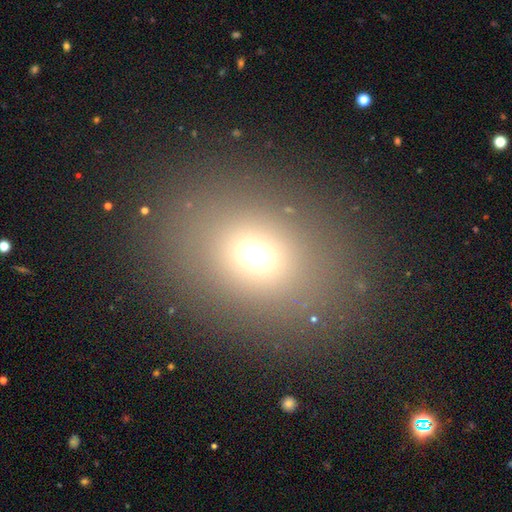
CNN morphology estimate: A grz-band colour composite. It shows a smooth galaxy with no disk features (66%) that is in between round and cigar-shaped (49%, tied with round). Merging: none (84%).